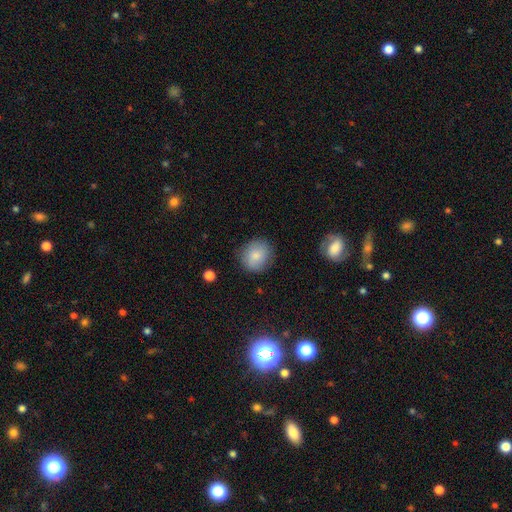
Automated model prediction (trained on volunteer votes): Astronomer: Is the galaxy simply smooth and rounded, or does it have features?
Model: smooth — 80%.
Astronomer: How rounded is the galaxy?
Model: round — 78%.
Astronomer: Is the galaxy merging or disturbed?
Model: none — 82%.